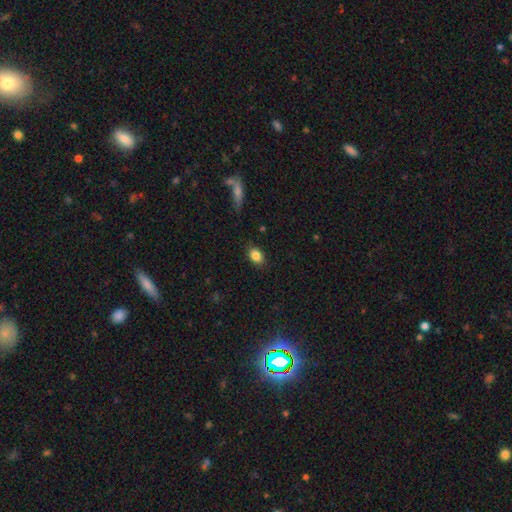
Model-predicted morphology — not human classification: Smooth or featured? Predicted: smooth (p=0.85). How rounded? Predicted: in between (p=0.73). Merging? Predicted: none (p=0.85).